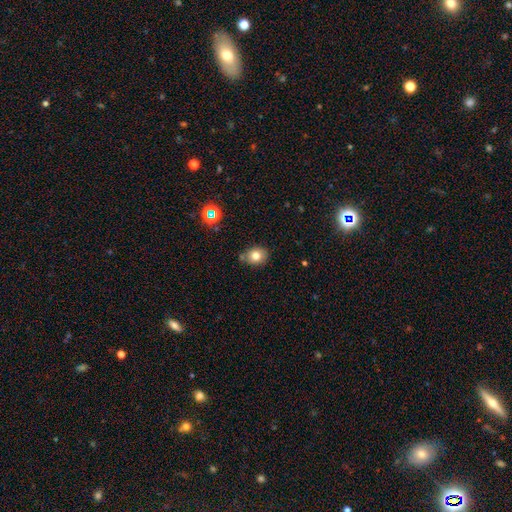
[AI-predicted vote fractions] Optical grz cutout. It shows a smooth galaxy with no disk features (78%) that is round (60%). Merging: none (71%).